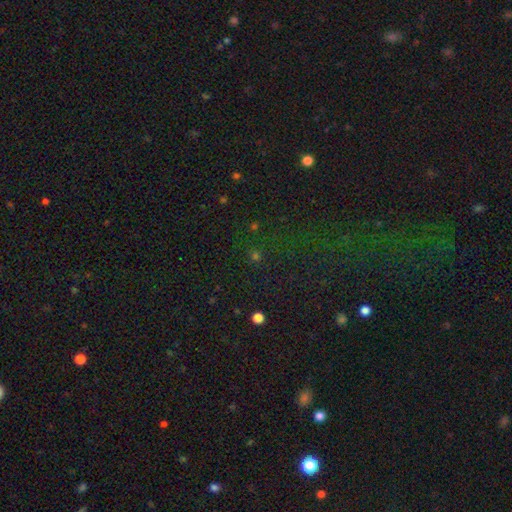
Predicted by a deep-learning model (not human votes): Smooth or featured? Predicted: star or artifact (p=0.56).